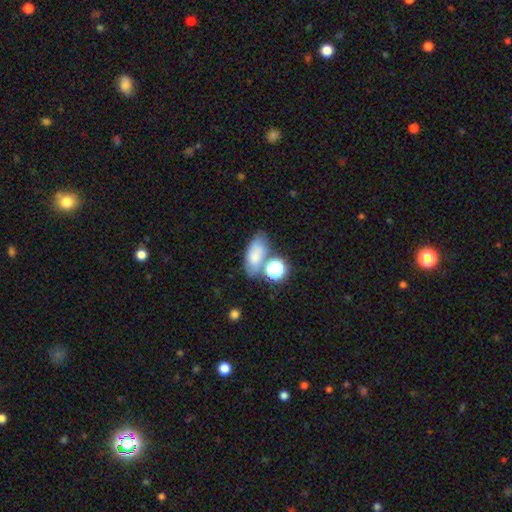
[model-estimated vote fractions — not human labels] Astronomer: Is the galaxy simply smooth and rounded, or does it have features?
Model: smooth — 71%.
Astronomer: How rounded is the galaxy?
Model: in between — 81%.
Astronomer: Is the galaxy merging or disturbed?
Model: none — 52%.